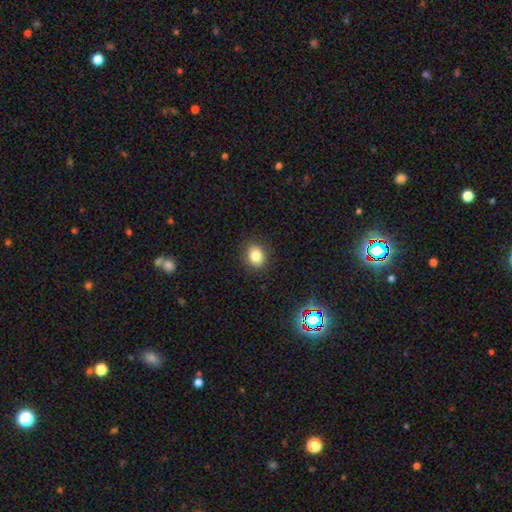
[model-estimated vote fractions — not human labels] smooth_or_featured: smooth (p=0.81) [alt: star or artifact p=0.12]
how_rounded: round (p=0.66) [alt: in between p=0.33]
merging: none (p=0.89) [alt: minor disturbance p=0.08]